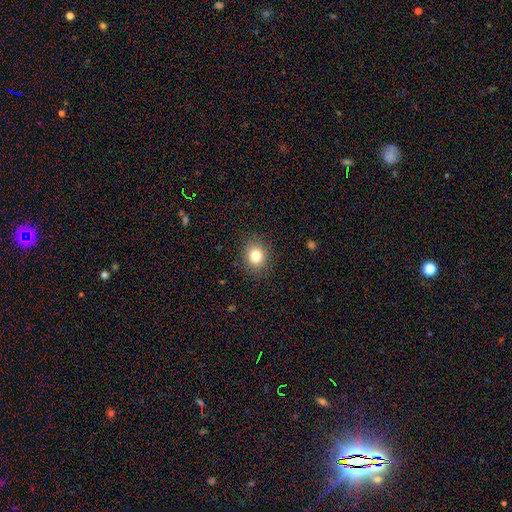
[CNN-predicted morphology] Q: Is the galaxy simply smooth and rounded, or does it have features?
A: smooth — 81%.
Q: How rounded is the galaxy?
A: round — 69%.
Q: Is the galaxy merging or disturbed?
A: none — 88%.